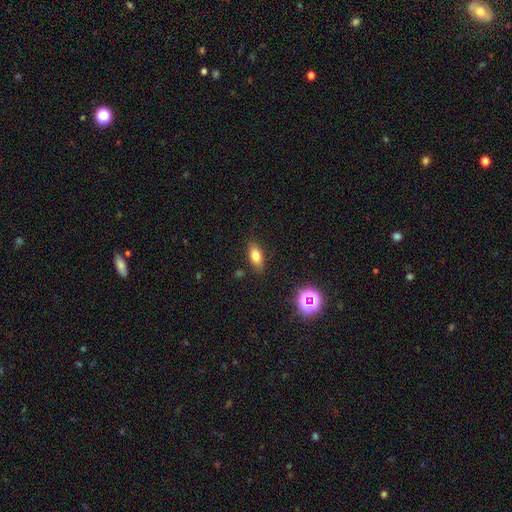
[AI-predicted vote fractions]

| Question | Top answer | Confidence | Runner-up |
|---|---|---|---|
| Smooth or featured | smooth | 76% | featured or disk (12%) |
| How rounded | in between | 81% | cigar-shaped (12%) |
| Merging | none | 83% | minor disturbance (12%) |